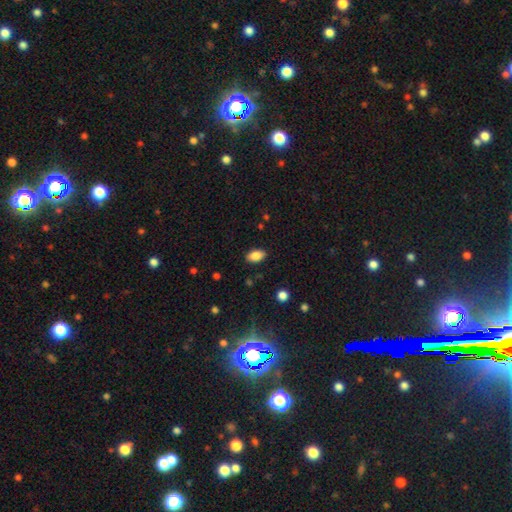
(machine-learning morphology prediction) Smooth or featured: smooth — 85% (star or artifact — 8%)
How rounded: in between — 92% (round — 6%)
Merging: none — 87% (minor disturbance — 9%)